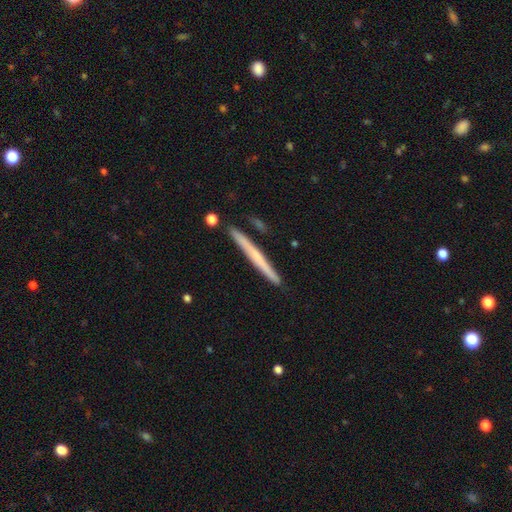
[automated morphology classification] smooth 48%, featured or disk 47%, star or artifact 6%. Down the decision tree: merging — none (89%).